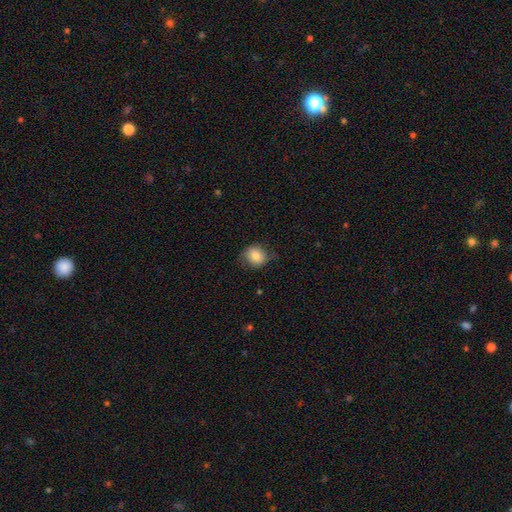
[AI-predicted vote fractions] This appears to be a smooth galaxy with no disk features (78%) that is round (71%). Merging: none (69%).